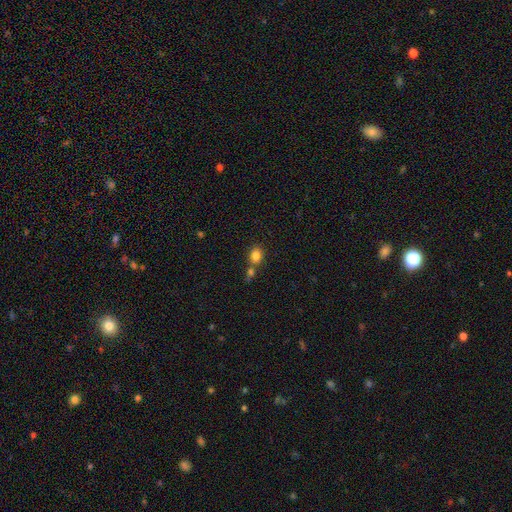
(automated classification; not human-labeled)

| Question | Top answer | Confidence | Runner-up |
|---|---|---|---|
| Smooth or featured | smooth | 84% | star or artifact (10%) |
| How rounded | round | 52% | in between (46%) |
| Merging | none | 58% | merger (29%) |